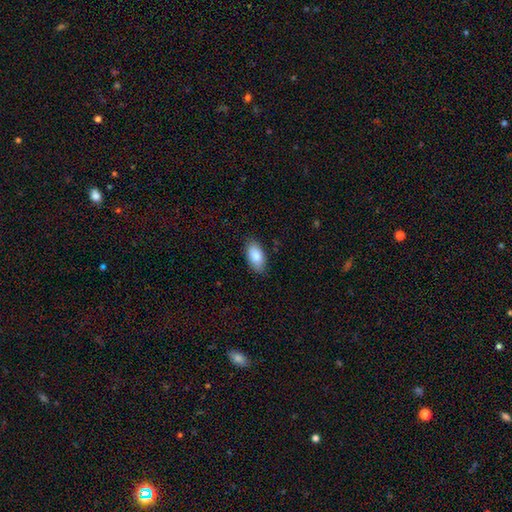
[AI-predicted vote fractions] smooth-or-featured: smooth: 85% | featured or disk: 8% | star or artifact: 6%
  how-rounded: in between: 93% | cigar-shaped: 4% | round: 3%
  merging: none: 86% | minor disturbance: 11% | major disturbance: 2% | merger: 1%